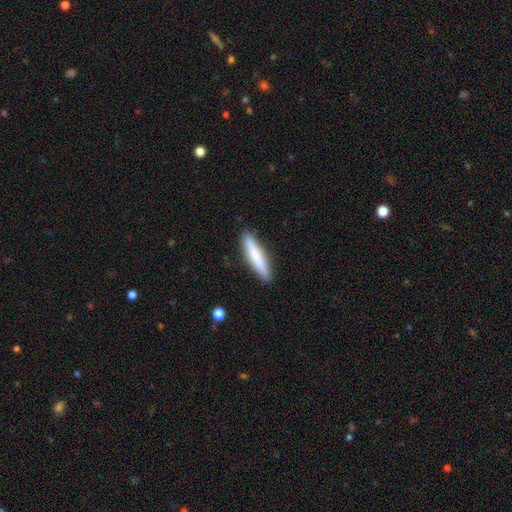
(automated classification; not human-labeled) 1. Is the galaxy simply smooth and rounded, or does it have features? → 77% smooth, 17% featured or disk, 6% star or artifact.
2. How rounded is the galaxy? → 88% cigar-shaped, 11% in between, 1% round.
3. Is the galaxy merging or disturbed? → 89% none, 8% minor disturbance, 2% major disturbance, 1% merger.